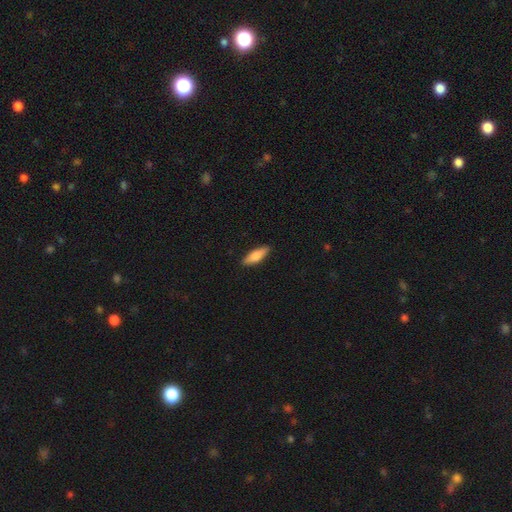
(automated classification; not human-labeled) Smooth or featured: smooth — 74% (featured or disk — 20%)
How rounded: in between — 53% (cigar-shaped — 44%)
Merging: none — 89% (minor disturbance — 9%)